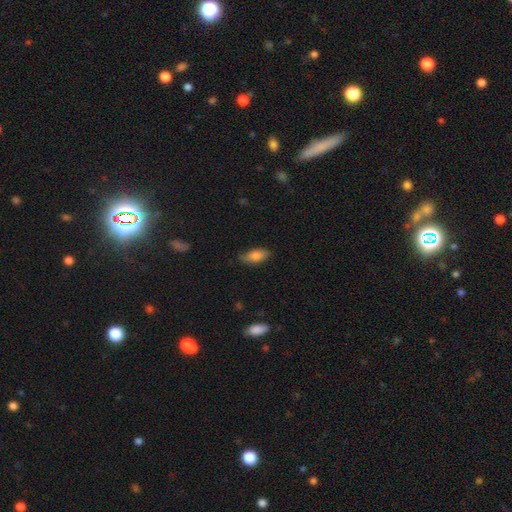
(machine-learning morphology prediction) smooth 81%, featured or disk 12%, star or artifact 7%. Down the decision tree: how rounded — in between (85%); merging — none (74%).